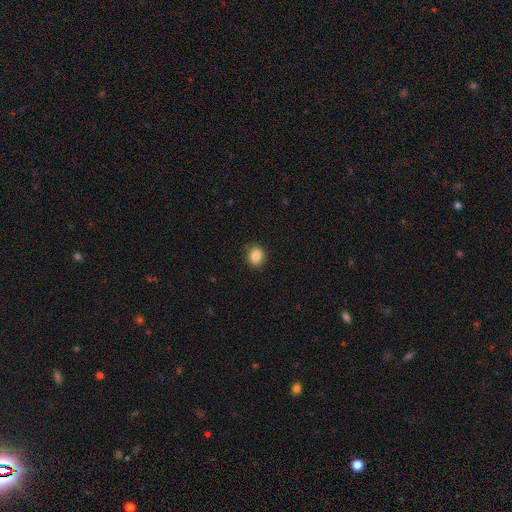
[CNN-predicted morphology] A smooth galaxy with no disk features (87%) that is round (55%).

Vote fractions:
- Smooth or featured? smooth: 87% / star or artifact: 9% / featured or disk: 4%
- How rounded? round: 55% / in between: 44% / cigar-shaped: 1%
- Merging? none: 85% / minor disturbance: 12% / major disturbance: 3% / merger: 1%